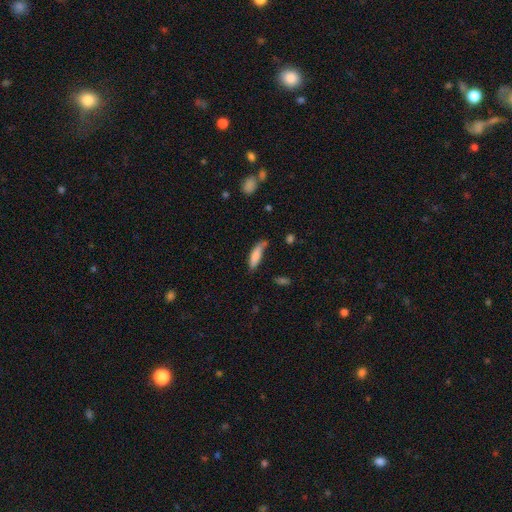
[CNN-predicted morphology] This is likely a smooth galaxy (80%). How rounded: likely cigar-shaped (60%). Merging: possibly none (52%).